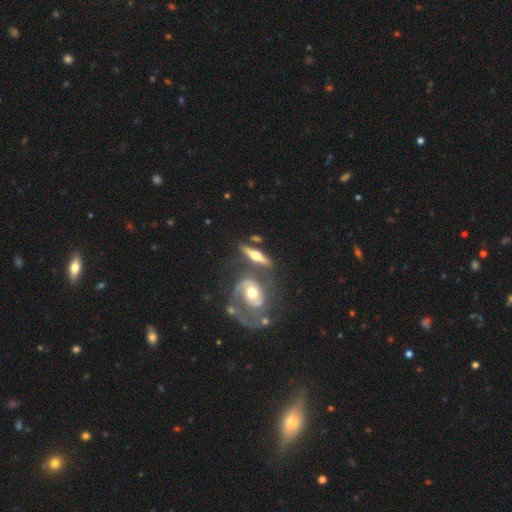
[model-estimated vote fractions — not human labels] Morphology: type=featured or disk (73%); edge-on=yes (81%); edge-on bulge=rounded (94%); merging=none (58%).